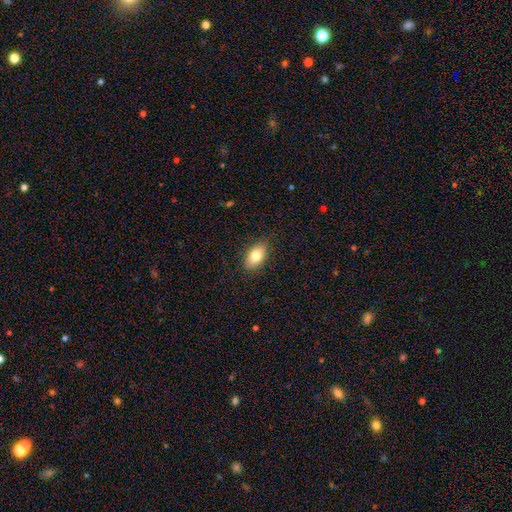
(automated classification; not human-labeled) Q: Smooth or featured?
A: smooth (79%); runner-up: featured or disk (13%)
Q: How rounded?
A: in between (90%); runner-up: round (6%)
Q: Merging?
A: none (85%); runner-up: minor disturbance (12%)